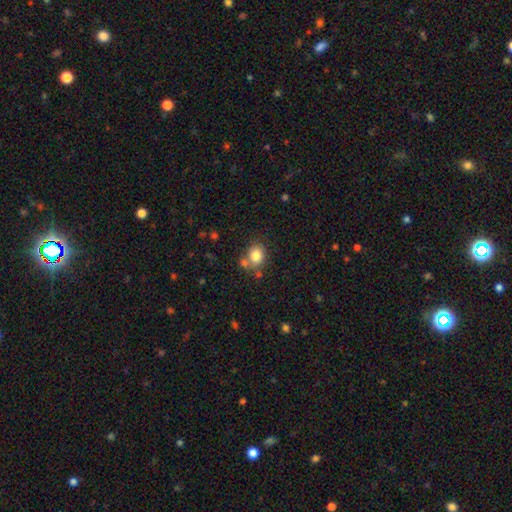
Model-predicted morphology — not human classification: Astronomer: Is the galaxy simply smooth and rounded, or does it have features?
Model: smooth — 81%.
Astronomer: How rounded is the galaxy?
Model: round — 63%.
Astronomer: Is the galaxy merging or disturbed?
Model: none — 63%.